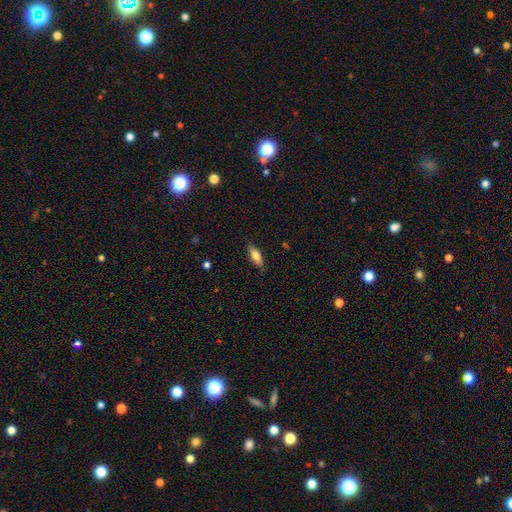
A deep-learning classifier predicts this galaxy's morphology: Overall: smooth (65%; featured or disk 28%). How rounded: in between (60%; cigar-shaped 37%). Merging: none (84%).